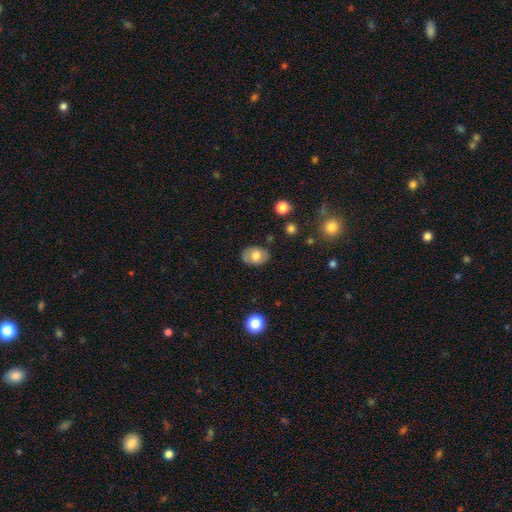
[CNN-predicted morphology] This appears to be a smooth galaxy with no disk features (71%) that is in between round and cigar-shaped (69%). Merging: none (80%).